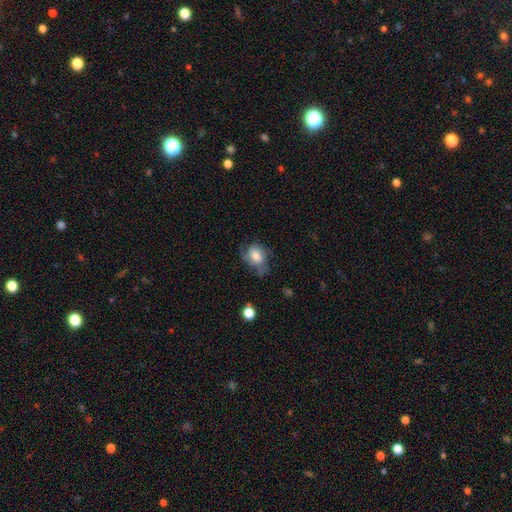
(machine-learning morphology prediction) The model was most divided on "merging": none: 47%, minor disturbance: 32%, major disturbance: 18%, merger: 3%. More confident: how rounded — in between (70%); smooth or featured — smooth (57%).